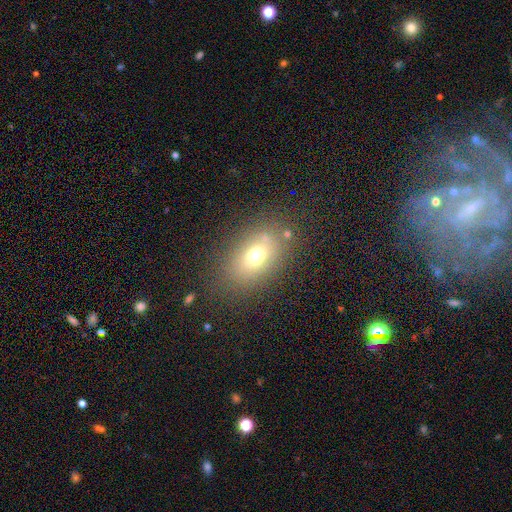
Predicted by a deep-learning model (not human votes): This appears to be a smooth galaxy with no disk features (67%) that is in between round and cigar-shaped (79%). Merging: none (77%).